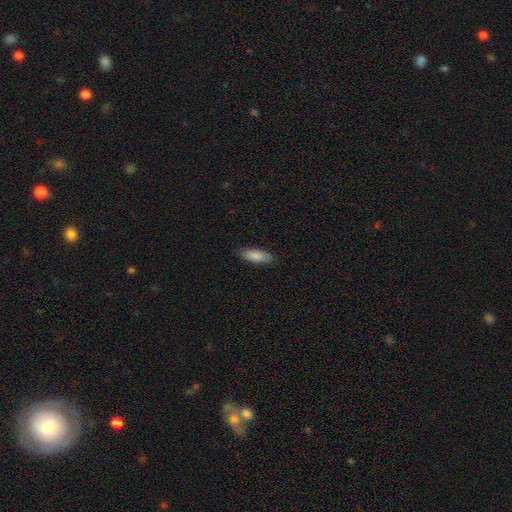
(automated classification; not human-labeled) Overall: smooth (85%). How rounded: in between (65%; cigar-shaped 33%). Merging: none (86%).